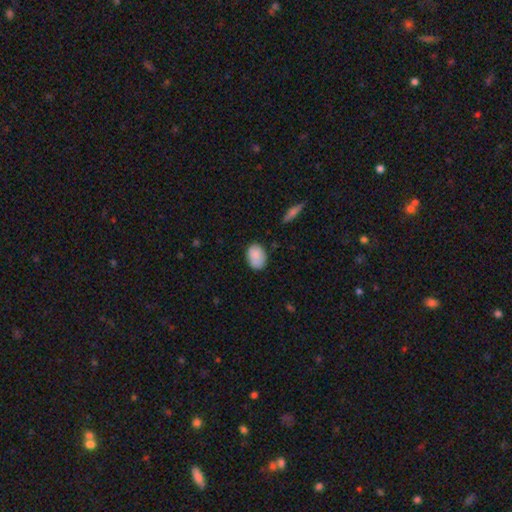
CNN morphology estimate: Q: Smooth or featured?
A: smooth (88%); runner-up: star or artifact (7%)
Q: How rounded?
A: in between (81%); runner-up: round (17%)
Q: Merging?
A: none (77%); runner-up: minor disturbance (18%)